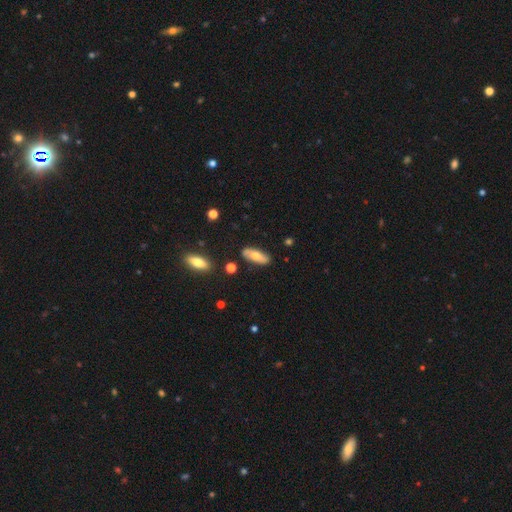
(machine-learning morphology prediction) Smooth or featured? smooth (65%)
How rounded? in between (68%)
Merging? none (83%)